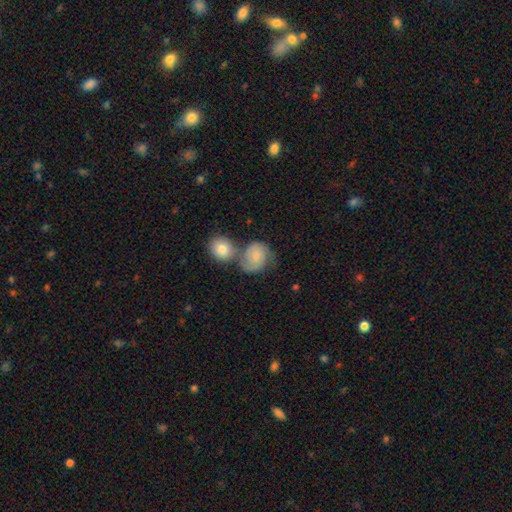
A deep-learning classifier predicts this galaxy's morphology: featured or disk 53%, smooth 40%, star or artifact 7%. Down the decision tree: edge-on disk — no (98%); bar — no (71%); spiral arms — yes (89%); bulge size — small (54%); merging — none (40%).